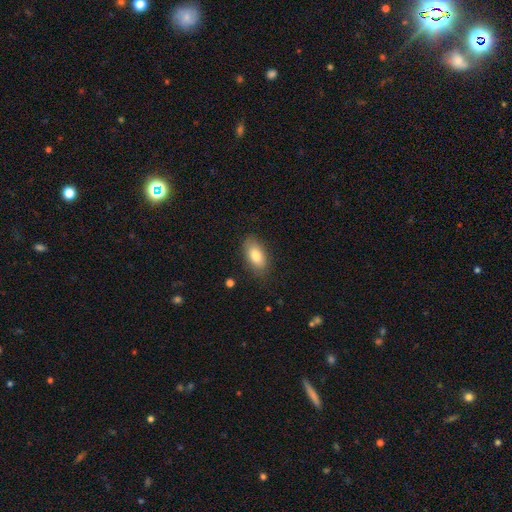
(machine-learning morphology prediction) type=smooth (81%); roundness=in between (91%); merging=none (82%).